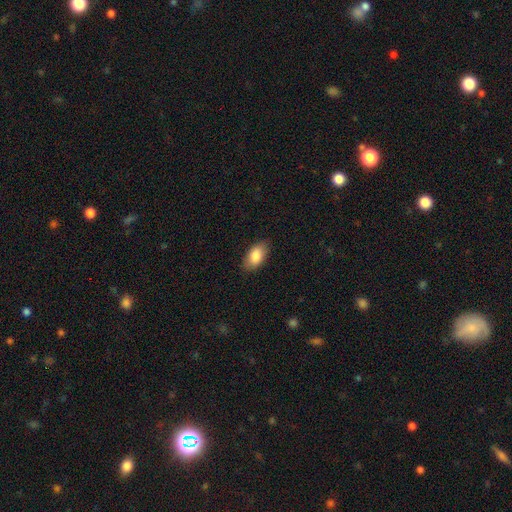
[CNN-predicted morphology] This appears to be a smooth galaxy with no disk features (86%) that is in between round and cigar-shaped (93%). Merging: none (86%).